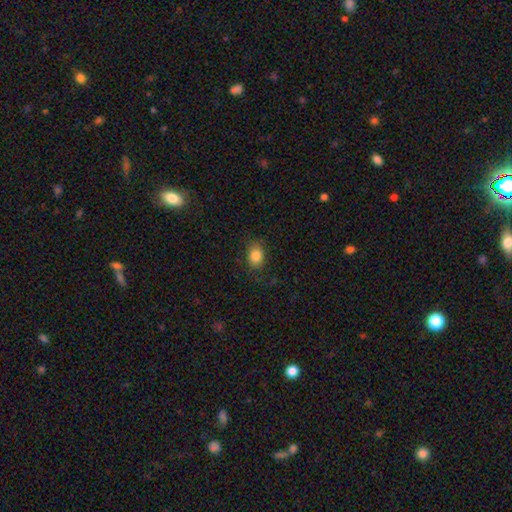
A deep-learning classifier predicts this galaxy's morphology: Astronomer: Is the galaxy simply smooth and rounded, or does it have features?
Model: smooth — 84%.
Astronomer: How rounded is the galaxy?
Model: in between — 68%.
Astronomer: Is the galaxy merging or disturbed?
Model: none — 81%.